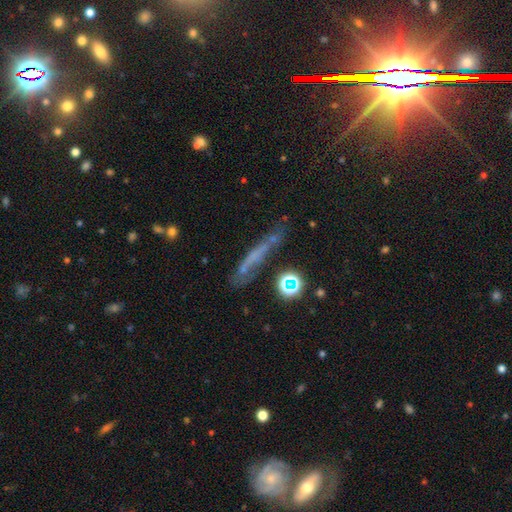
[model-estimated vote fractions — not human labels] A smooth galaxy with no disk features (40%).

Vote fractions:
- Smooth or featured? smooth: 40% / featured or disk: 37% / star or artifact: 23%
- Merging? none: 55% / minor disturbance: 23% / major disturbance: 15% / merger: 7%